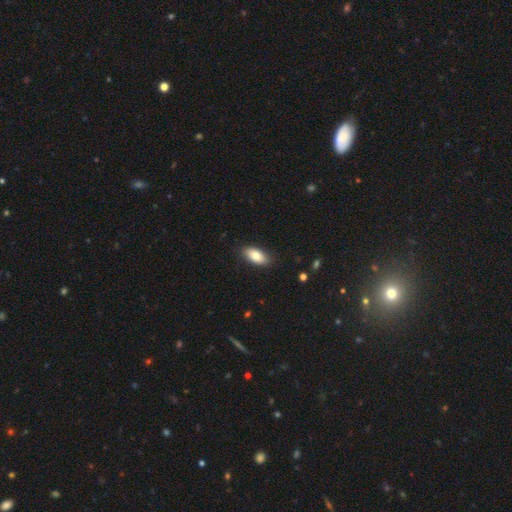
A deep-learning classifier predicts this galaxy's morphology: Smooth or featured: smooth — 83% (featured or disk — 11%)
How rounded: in between — 90% (cigar-shaped — 7%)
Merging: none — 86% (minor disturbance — 11%)